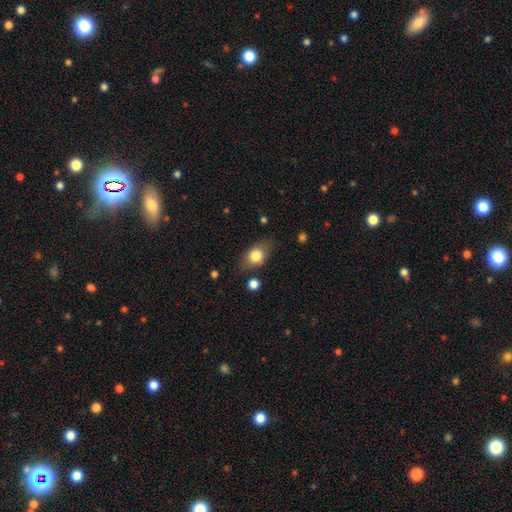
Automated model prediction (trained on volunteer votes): This is likely a smooth galaxy (77%). How rounded: likely in between (73%). Merging: likely none (74%).